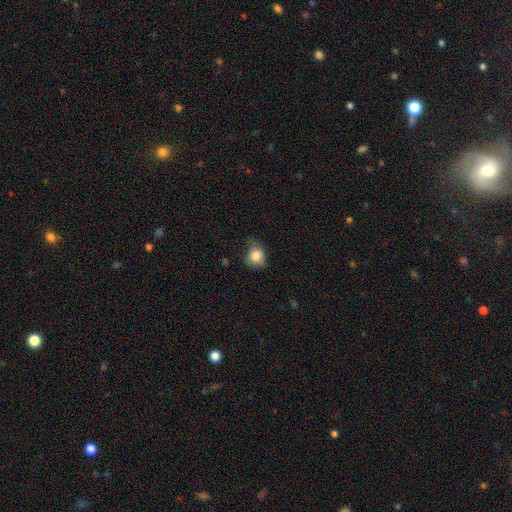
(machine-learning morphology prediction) Smooth or featured: smooth — 79% (featured or disk — 11%)
How rounded: round — 64% (in between — 35%)
Merging: none — 50% (minor disturbance — 36%)